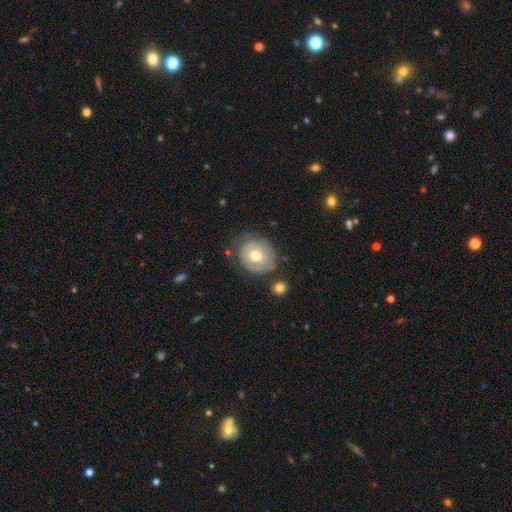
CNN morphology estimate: Smooth or featured? Predicted: featured or disk (p=0.49). Merging? Predicted: none (p=0.65).